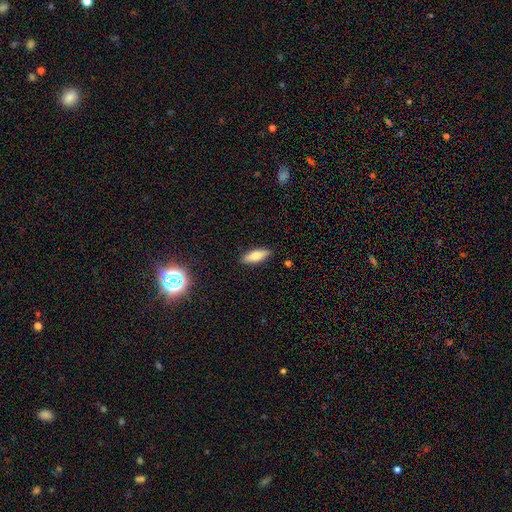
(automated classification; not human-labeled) Smooth or featured?
  - smooth: 72% *
  - featured or disk: 20%
  - star or artifact: 7%
How rounded?
  - in between: 53% *
  - cigar-shaped: 45%
  - round: 2%
Merging?
  - none: 87% *
  - minor disturbance: 9%
  - major disturbance: 2%
  - merger: 1%